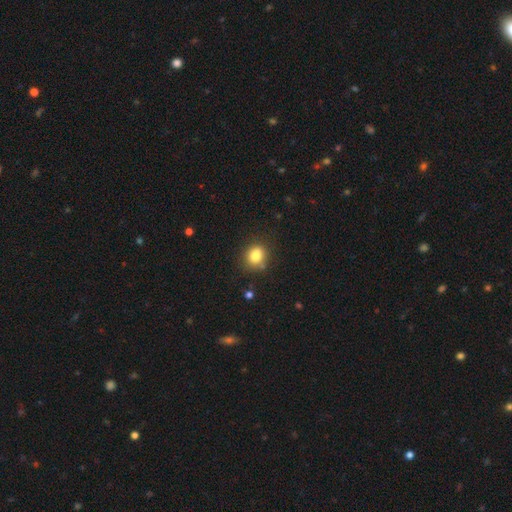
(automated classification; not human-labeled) Morphology: type=smooth (81%); roundness=round (63%); merging=none (75%).